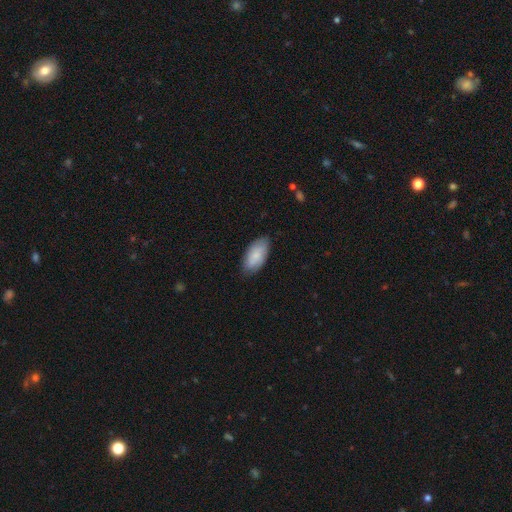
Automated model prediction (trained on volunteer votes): This is likely a smooth galaxy (80%). How rounded: clearly in between (93%). Merging: likely none (79%).